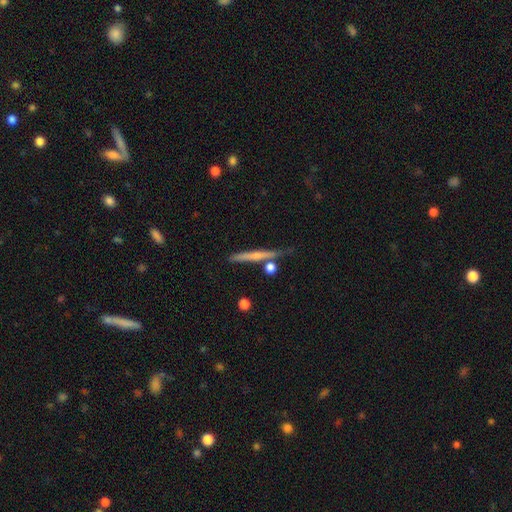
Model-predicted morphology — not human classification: smooth_or_featured: featured or disk (p=0.47) [alt: smooth p=0.46]
merging: none (p=0.72) [alt: minor disturbance p=0.15]